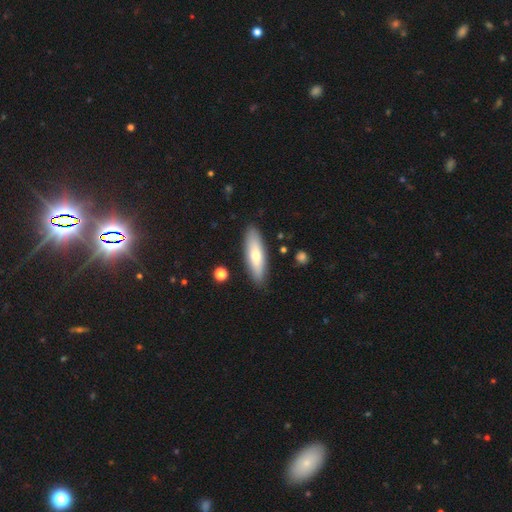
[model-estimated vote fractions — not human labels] Smooth or featured: smooth — 66% (featured or disk — 28%)
How rounded: cigar-shaped — 54% (in between — 44%)
Merging: none — 88% (minor disturbance — 9%)